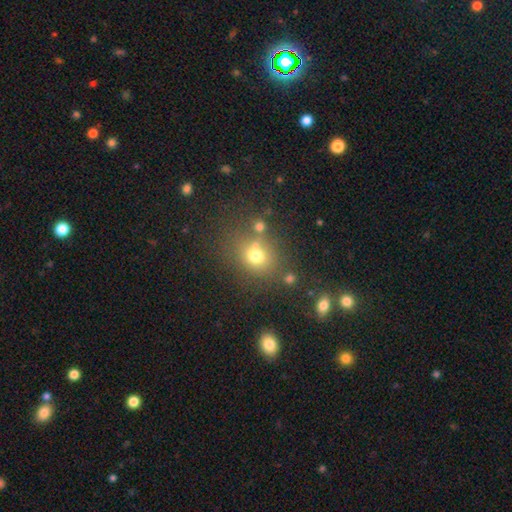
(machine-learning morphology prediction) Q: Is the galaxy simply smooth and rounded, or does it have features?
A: smooth — 69%.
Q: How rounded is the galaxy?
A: round — 71%.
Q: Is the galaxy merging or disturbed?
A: none — 64%.